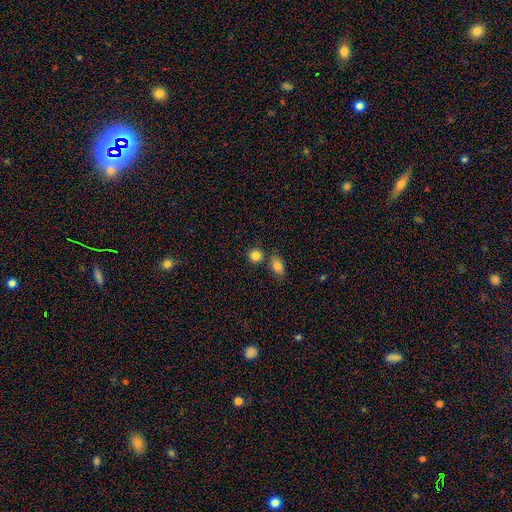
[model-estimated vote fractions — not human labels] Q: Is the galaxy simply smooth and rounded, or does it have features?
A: smooth — 85%.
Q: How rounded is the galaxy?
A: round — 81%.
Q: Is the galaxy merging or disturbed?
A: none — 68%.